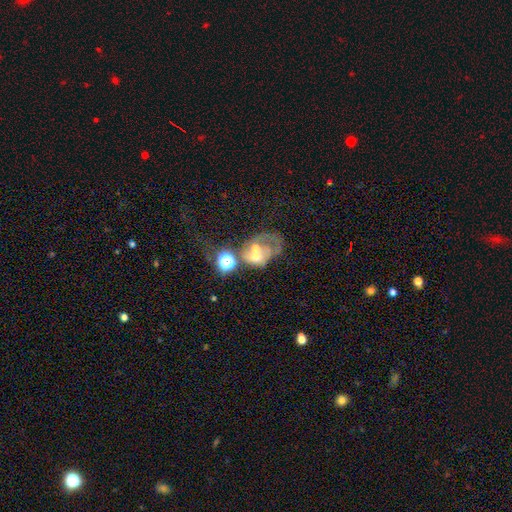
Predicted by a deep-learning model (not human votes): smooth-or-featured: featured or disk: 49% | smooth: 32% | star or artifact: 19%
  merging: merger: 47% | major disturbance: 28% | none: 15% | minor disturbance: 10%